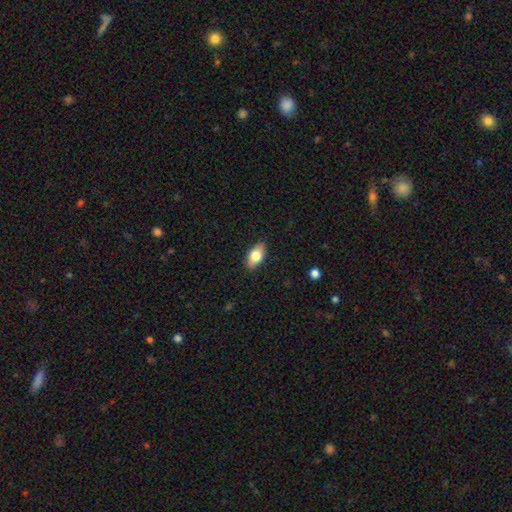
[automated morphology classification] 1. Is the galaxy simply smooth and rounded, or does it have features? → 77% smooth, 16% featured or disk, 7% star or artifact.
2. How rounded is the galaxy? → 91% in between, 5% cigar-shaped, 5% round.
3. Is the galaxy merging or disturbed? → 87% none, 10% minor disturbance, 2% major disturbance, 1% merger.